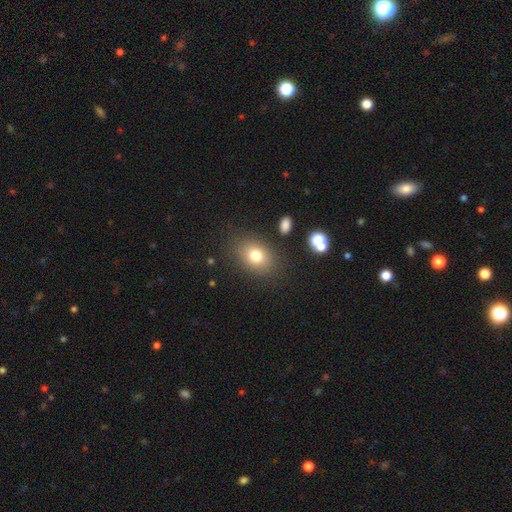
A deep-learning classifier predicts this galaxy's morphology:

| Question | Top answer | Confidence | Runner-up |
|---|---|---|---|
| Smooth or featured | smooth | 78% | star or artifact (12%) |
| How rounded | in between | 63% | round (36%) |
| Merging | none | 83% | minor disturbance (10%) |